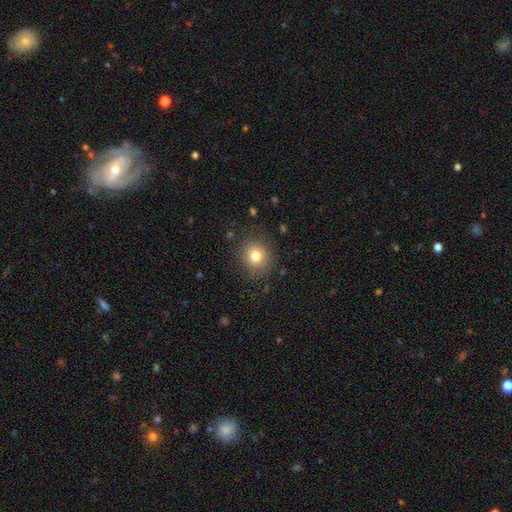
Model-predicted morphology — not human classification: Smooth or featured?
  - smooth: 79% *
  - star or artifact: 12%
  - featured or disk: 9%
How rounded?
  - round: 80% *
  - in between: 19%
  - cigar-shaped: 1%
Merging?
  - none: 85% *
  - minor disturbance: 10%
  - major disturbance: 4%
  - merger: 1%